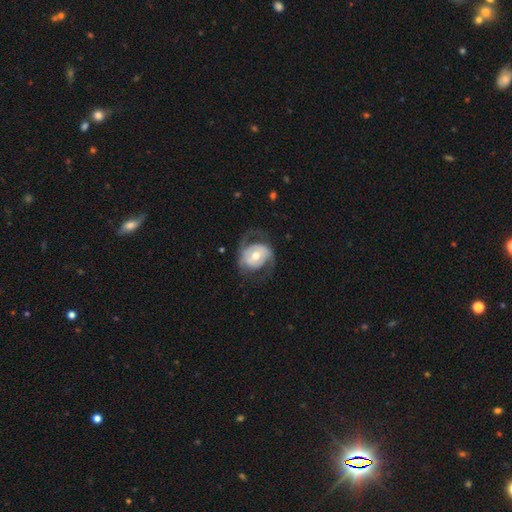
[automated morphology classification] smooth_or_featured: featured or disk (p=0.73) [alt: smooth p=0.22]
disk_edge_on: no (p=0.97) [alt: yes p=0.03]
bar: no (p=0.54) [alt: weak p=0.30]
has_spiral_arms: yes (p=0.79) [alt: no p=0.21]
spiral_winding: medium (p=0.42) [alt: loose p=0.35]
spiral_arm_count: 2 (p=0.79) [alt: can't tell p=0.09]
bulge_size: moderate (p=0.69) [alt: small p=0.21]
merging: none (p=0.56) [alt: major disturbance p=0.24]